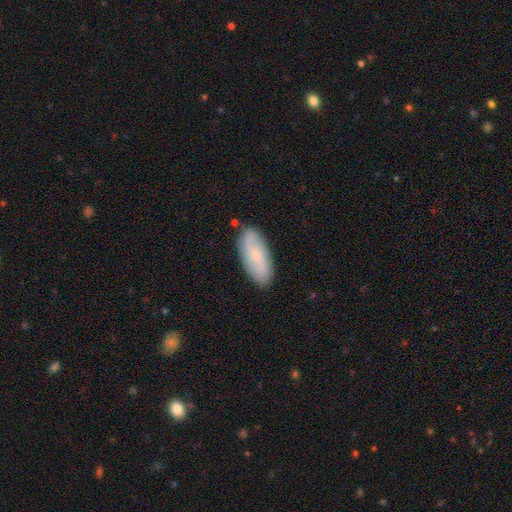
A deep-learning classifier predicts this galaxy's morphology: This appears to be a smooth galaxy with no disk features (54%) that is in between round and cigar-shaped (78%). Merging: none (83%).